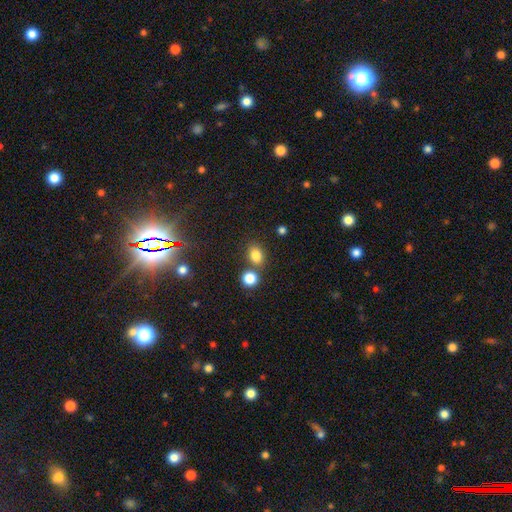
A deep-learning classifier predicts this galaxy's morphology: The model was most divided on "how rounded": in between: 55%, round: 44%, cigar-shaped: 1%. More confident: smooth or featured — smooth (80%); merging — none (66%).